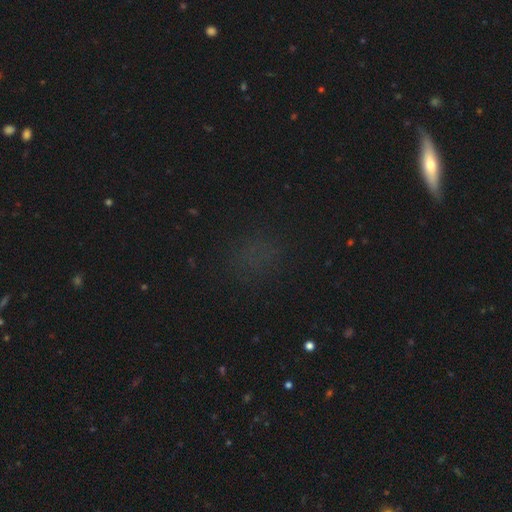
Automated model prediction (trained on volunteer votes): Q: Smooth or featured?
A: star or artifact (42%); runner-up: smooth (41%)